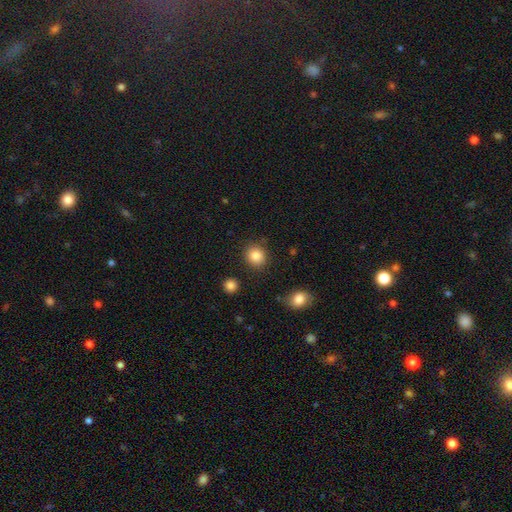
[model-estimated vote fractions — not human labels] Q: Smooth or featured?
A: smooth (86%); runner-up: star or artifact (9%)
Q: How rounded?
A: round (84%); runner-up: in between (15%)
Q: Merging?
A: none (87%); runner-up: minor disturbance (8%)